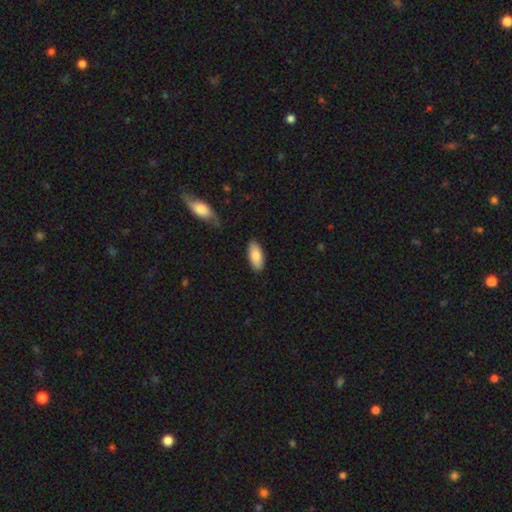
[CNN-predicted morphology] A smooth galaxy with no disk features (85%) that is in between round and cigar-shaped (88%). Merging: none (85%).